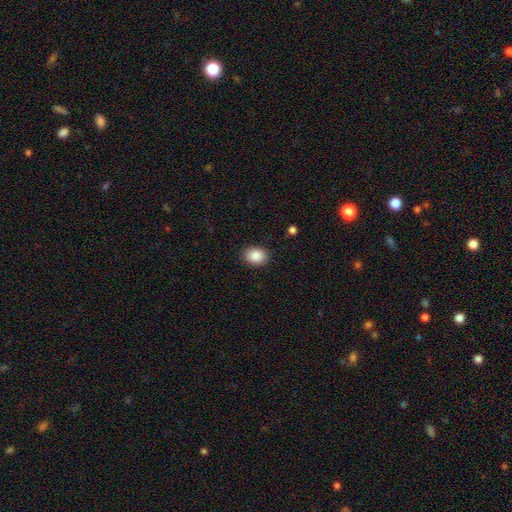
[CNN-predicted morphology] The model was most divided on "how rounded": in between: 60%, round: 39%, cigar-shaped: 1%. More confident: smooth or featured — smooth (89%); merging — none (88%).